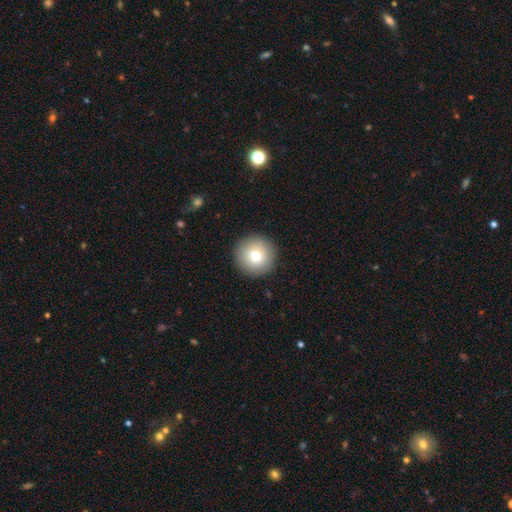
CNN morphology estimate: smooth 75%, featured or disk 14%, star or artifact 11%. Down the decision tree: how rounded — round (97%); merging — none (92%).